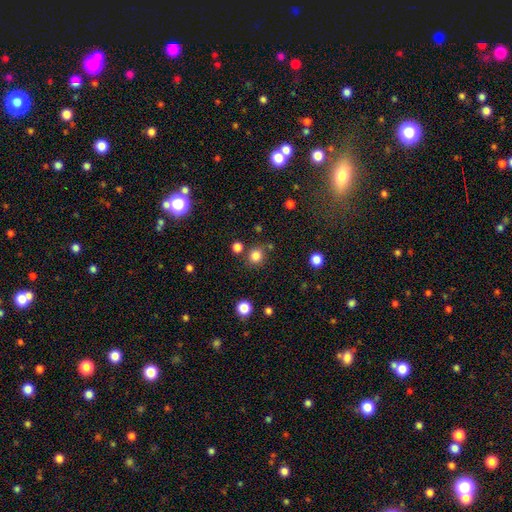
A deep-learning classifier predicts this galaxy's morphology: Smooth or featured?
  - smooth: 82% *
  - star or artifact: 14%
  - featured or disk: 5%
How rounded?
  - round: 89% *
  - in between: 10%
  - cigar-shaped: 1%
Merging?
  - none: 81% *
  - minor disturbance: 9%
  - merger: 7%
  - major disturbance: 3%